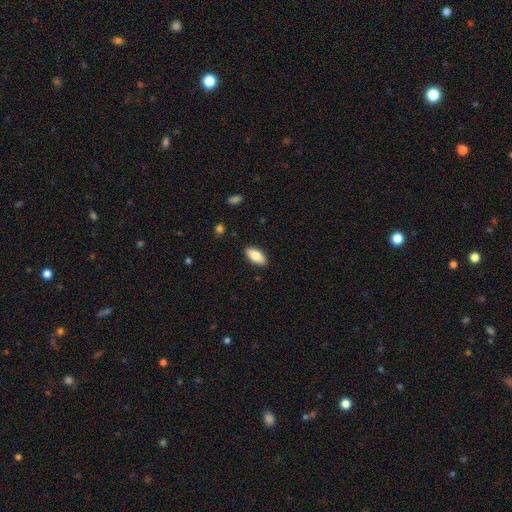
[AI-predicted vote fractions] Morphology: type=smooth (82%); roundness=in between (89%); merging=none (89%).